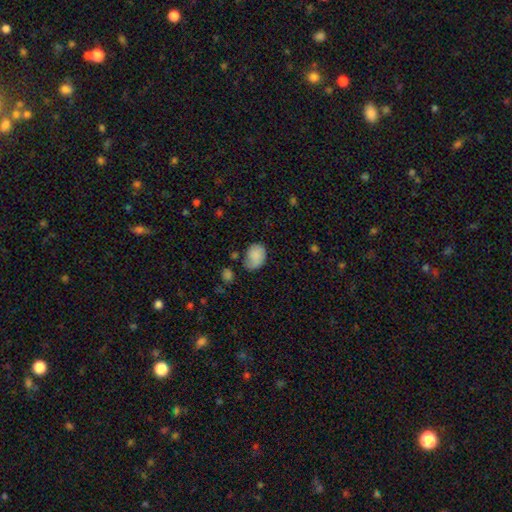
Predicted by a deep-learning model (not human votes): Smooth or featured?
  - smooth: 84% *
  - star or artifact: 8%
  - featured or disk: 8%
How rounded?
  - in between: 74% *
  - round: 25%
  - cigar-shaped: 1%
Merging?
  - none: 51% *
  - minor disturbance: 32%
  - major disturbance: 12%
  - merger: 6%